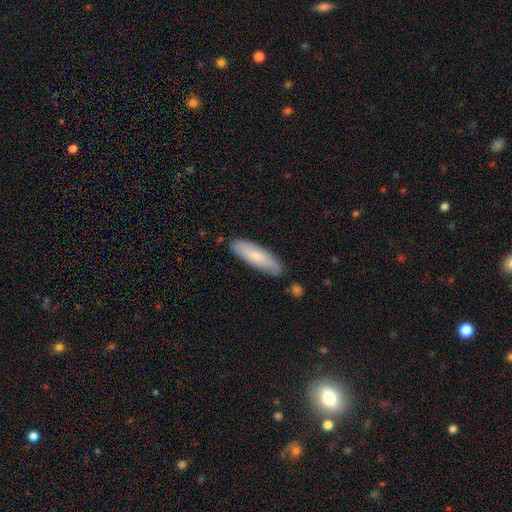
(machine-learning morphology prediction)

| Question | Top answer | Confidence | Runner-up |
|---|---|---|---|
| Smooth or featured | smooth | 74% | featured or disk (20%) |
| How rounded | cigar-shaped | 60% | in between (38%) |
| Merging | none | 81% | minor disturbance (14%) |